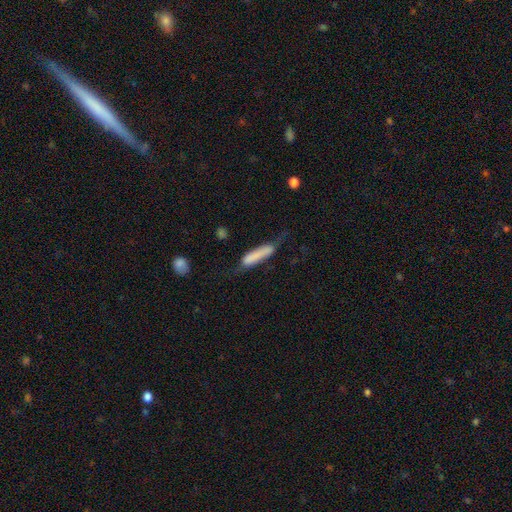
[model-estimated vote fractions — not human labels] This appears to be a smooth galaxy with no disk features (71%) that is cigar-shaped (83%). Merging: none (39%).